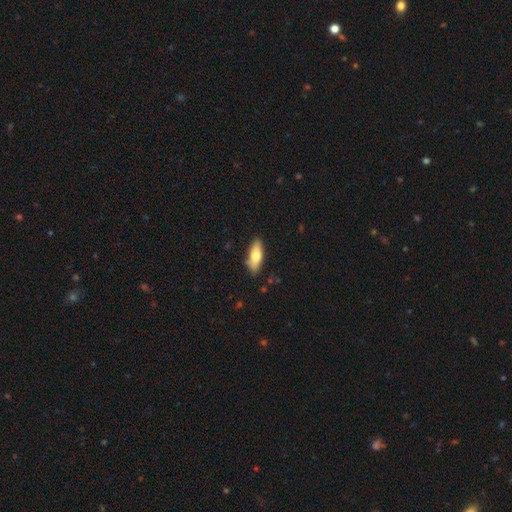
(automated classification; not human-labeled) Smooth or featured: smooth — 70% (featured or disk — 24%)
How rounded: in between — 68% (cigar-shaped — 29%)
Merging: none — 82% (minor disturbance — 14%)